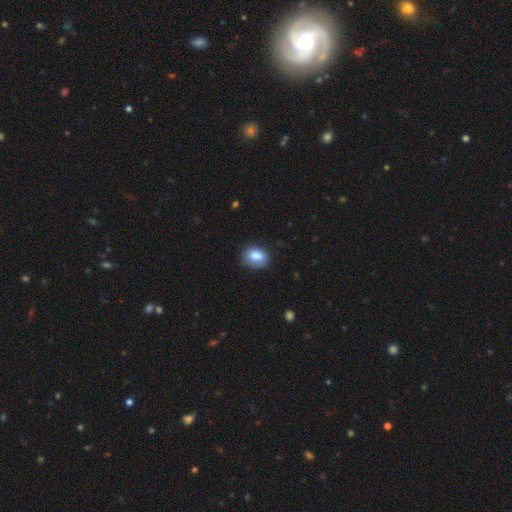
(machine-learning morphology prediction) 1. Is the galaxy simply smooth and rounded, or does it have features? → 84% smooth, 8% star or artifact, 8% featured or disk.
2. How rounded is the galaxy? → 64% in between, 35% round, 1% cigar-shaped.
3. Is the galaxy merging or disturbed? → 70% none, 23% minor disturbance, 5% major disturbance, 1% merger.